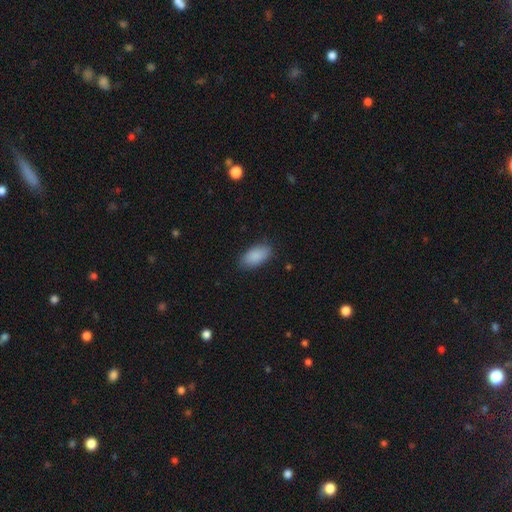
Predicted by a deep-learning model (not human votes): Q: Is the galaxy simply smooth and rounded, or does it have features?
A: smooth — 89%.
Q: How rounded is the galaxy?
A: in between — 92%.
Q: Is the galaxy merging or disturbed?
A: none — 84%.